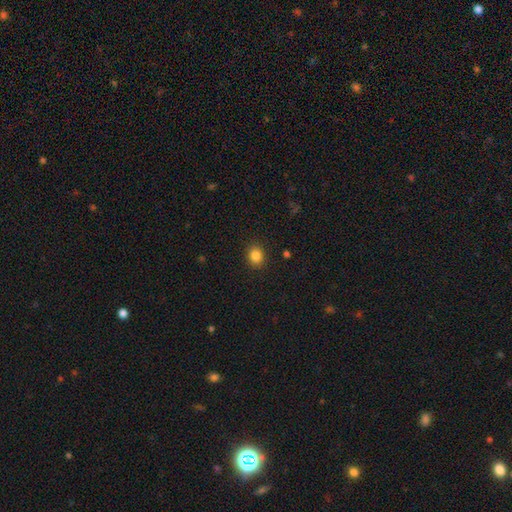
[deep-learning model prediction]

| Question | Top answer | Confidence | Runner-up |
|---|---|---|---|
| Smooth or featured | smooth | 84% | star or artifact (11%) |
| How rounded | round | 69% | in between (30%) |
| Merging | none | 90% | minor disturbance (7%) |